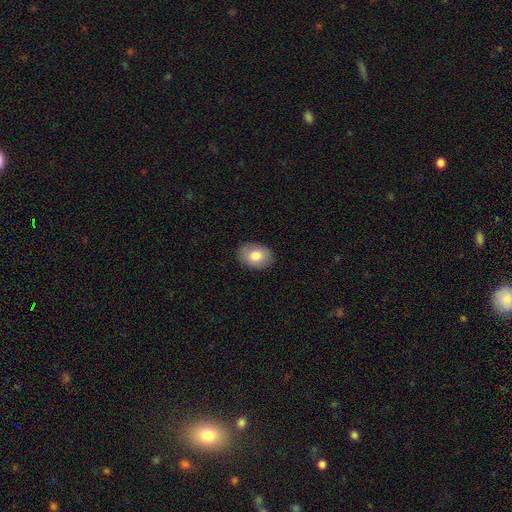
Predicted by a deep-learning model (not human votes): The model was most divided on "how rounded": in between: 77%, round: 22%, cigar-shaped: 1%. More confident: merging — none (87%); smooth or featured — smooth (81%).